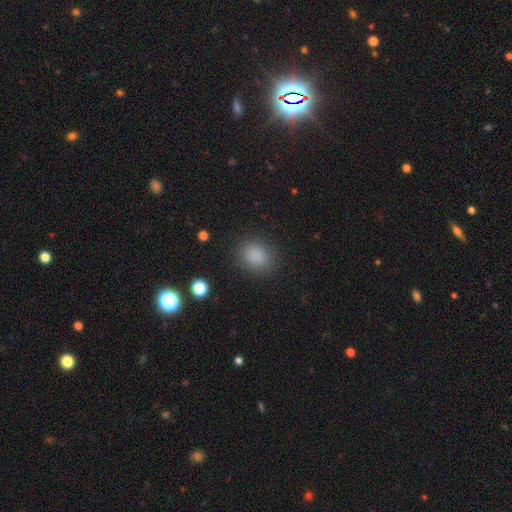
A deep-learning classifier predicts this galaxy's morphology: Overall: smooth (85%). How rounded: round (64%; in between 35%). Merging: none (85%).